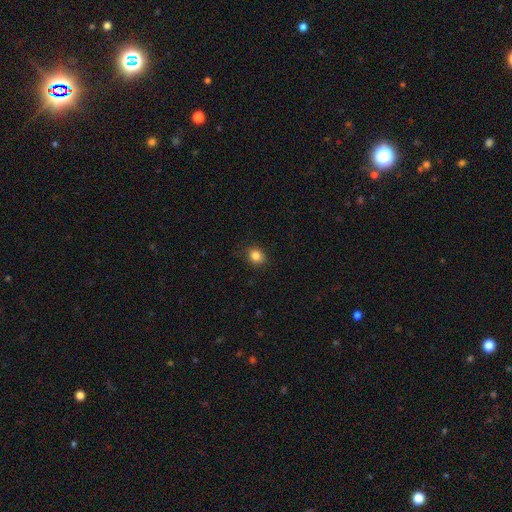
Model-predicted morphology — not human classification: A smooth galaxy with no disk features (84%) that is round (59%). Merging: none (85%).